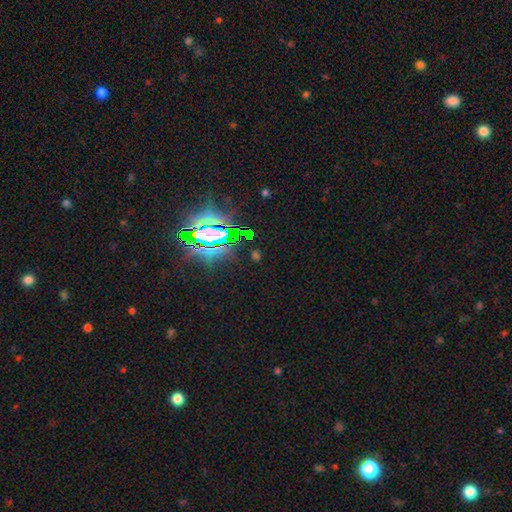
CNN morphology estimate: star or artifact 77%, smooth 14%, featured or disk 10%.